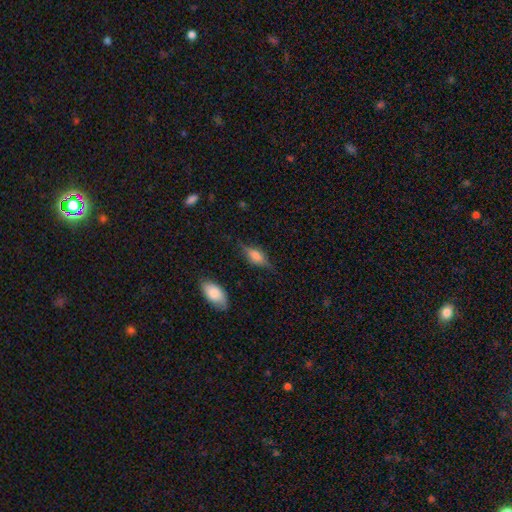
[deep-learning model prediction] Morphology: type=featured or disk (47%); merging=none (71%).